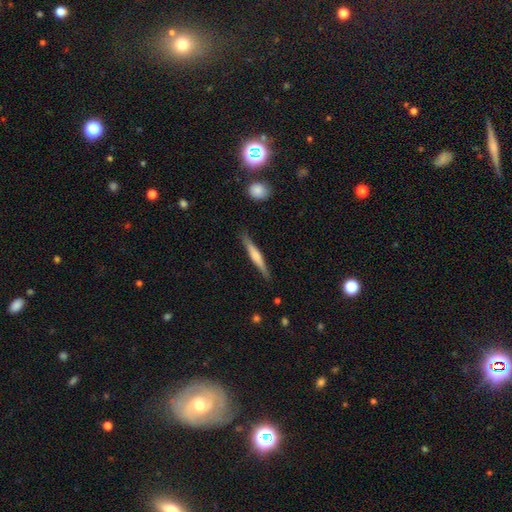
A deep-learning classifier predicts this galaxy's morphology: Overall: smooth (48%; featured or disk 46%). Merging: none (86%).